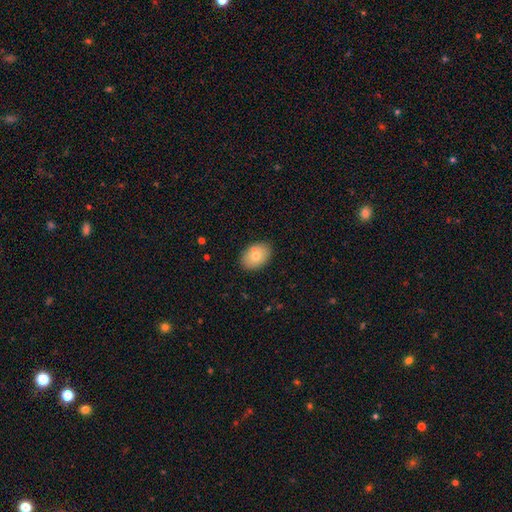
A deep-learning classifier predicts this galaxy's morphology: Smooth or featured? Predicted: smooth (p=0.74). How rounded? Predicted: in between (p=0.81). Merging? Predicted: none (p=0.80).